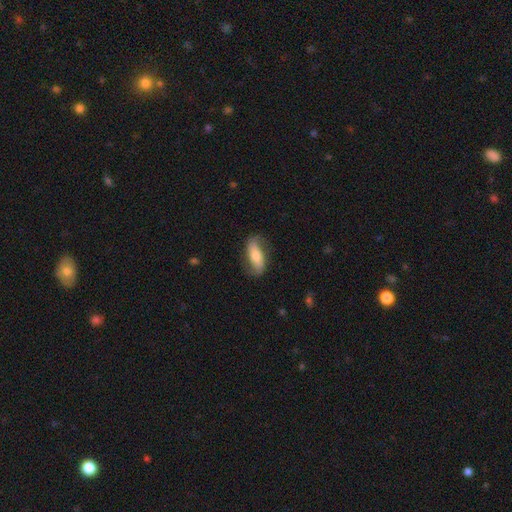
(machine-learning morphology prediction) featured or disk 52%, smooth 41%, star or artifact 7%. Down the decision tree: edge-on disk — no (84%); merging — none (74%).